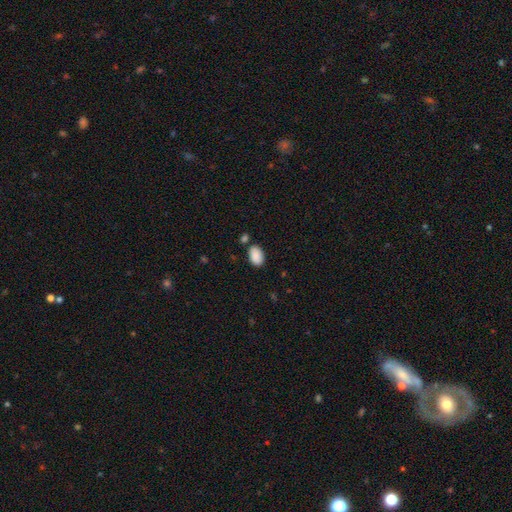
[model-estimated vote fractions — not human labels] Smooth or featured?
  - smooth: 90% *
  - star or artifact: 7%
  - featured or disk: 4%
How rounded?
  - in between: 92% *
  - round: 7%
  - cigar-shaped: 1%
Merging?
  - none: 78% *
  - minor disturbance: 12%
  - merger: 7%
  - major disturbance: 3%